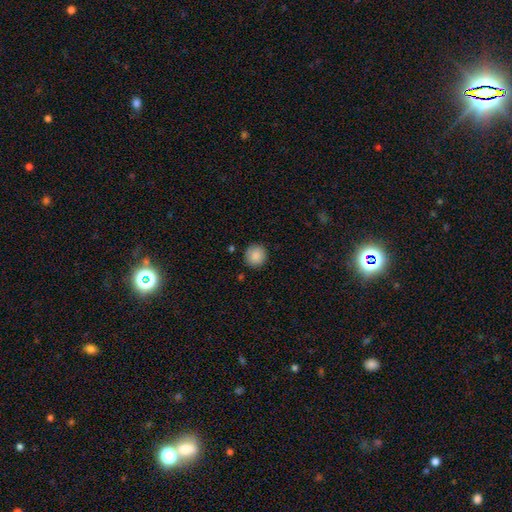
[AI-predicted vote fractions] This appears to be a smooth galaxy with no disk features (88%) that is round (94%). Merging: none (91%).